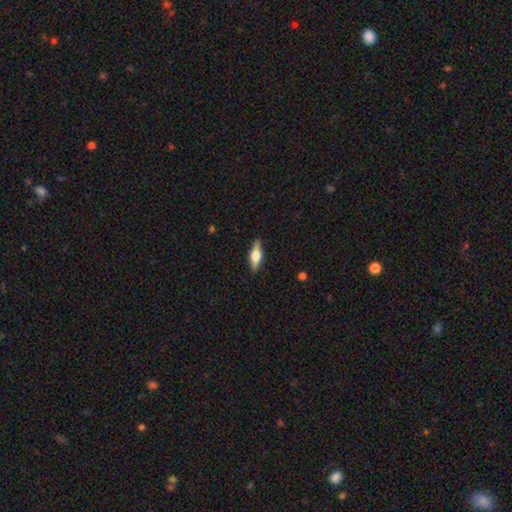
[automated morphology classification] featured or disk 51%, smooth 42%, star or artifact 7%. Down the decision tree: edge-on disk — yes (94%); merging — none (88%).